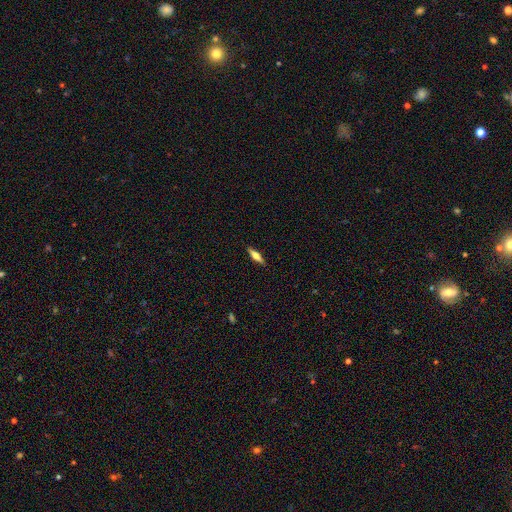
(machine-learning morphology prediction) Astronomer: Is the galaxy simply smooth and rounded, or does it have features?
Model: smooth — 62%.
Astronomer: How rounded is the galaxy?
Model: cigar-shaped — 65%.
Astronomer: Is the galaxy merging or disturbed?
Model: none — 89%.